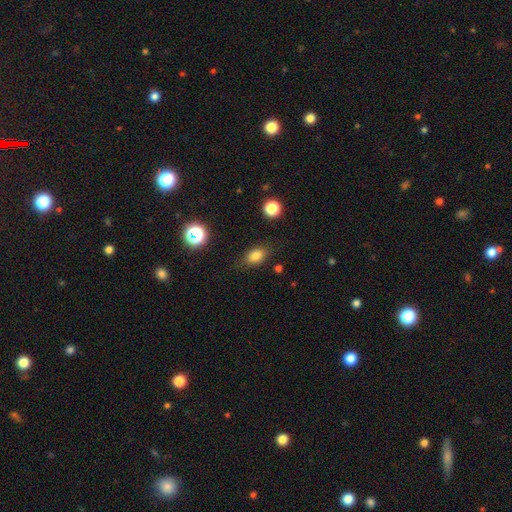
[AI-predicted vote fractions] Morphology: type=smooth (80%); roundness=in between (79%); merging=none (80%).